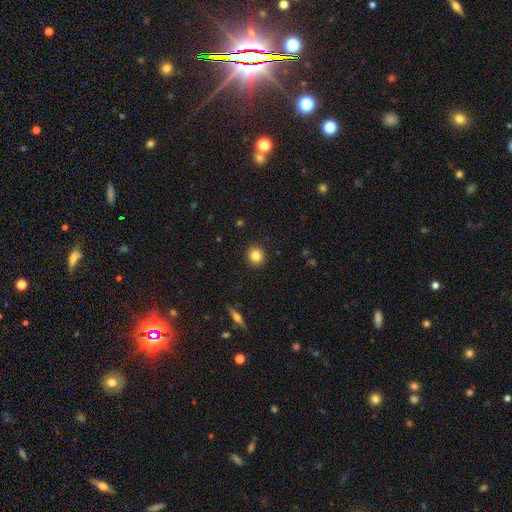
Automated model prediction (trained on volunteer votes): smooth-or-featured: smooth: 83% | star or artifact: 10% | featured or disk: 7%
  how-rounded: round: 89% | in between: 10% | cigar-shaped: 1%
  merging: none: 92% | minor disturbance: 6% | major disturbance: 2% | merger: 1%